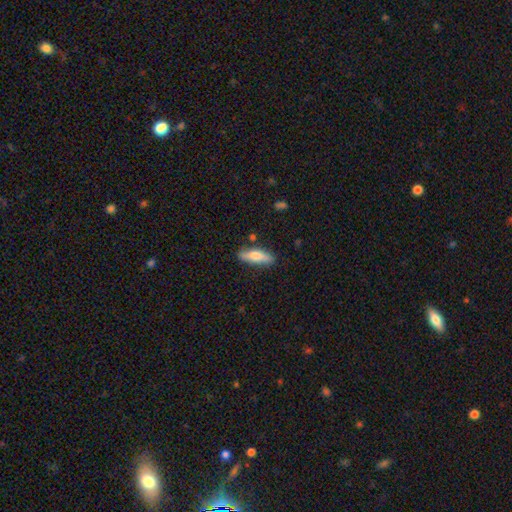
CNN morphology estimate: Q: Smooth or featured?
A: smooth (68%); runner-up: featured or disk (26%)
Q: How rounded?
A: cigar-shaped (52%); runner-up: in between (45%)
Q: Merging?
A: none (81%); runner-up: minor disturbance (13%)